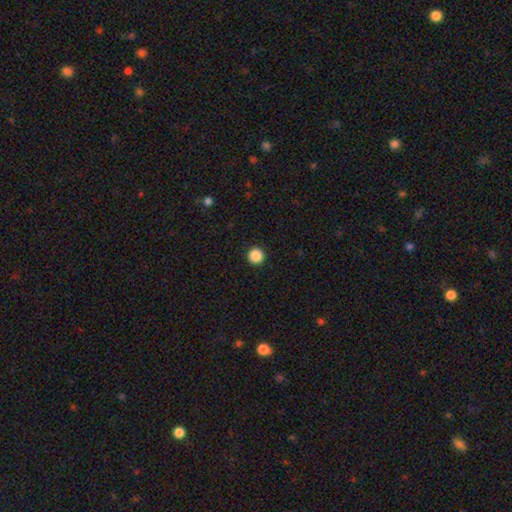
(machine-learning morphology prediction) type=smooth (87%); roundness=round (97%); merging=none (94%).